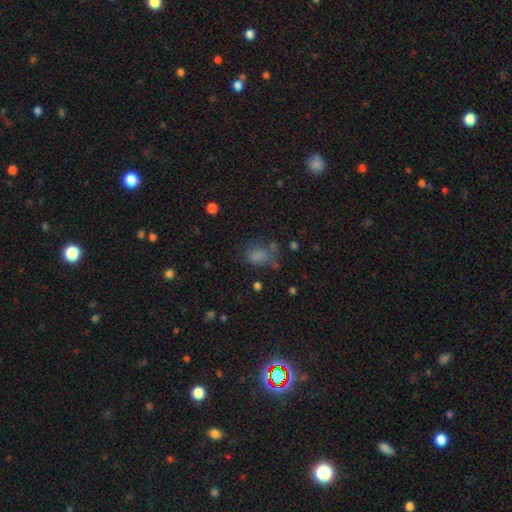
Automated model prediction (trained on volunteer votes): Q: Smooth or featured?
A: star or artifact (44%); runner-up: smooth (40%)